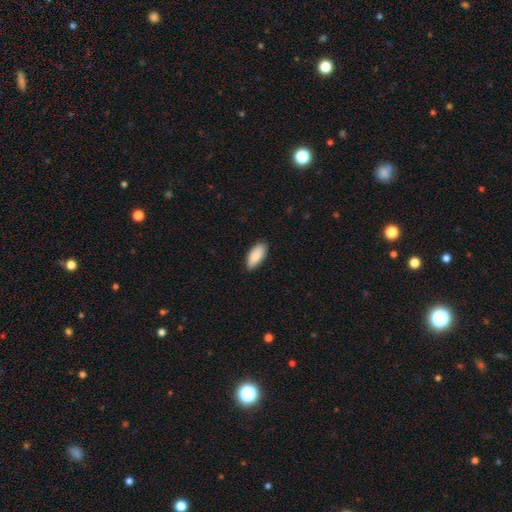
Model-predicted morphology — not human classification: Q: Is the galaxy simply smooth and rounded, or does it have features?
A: smooth — 88%.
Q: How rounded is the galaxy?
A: in between — 90%.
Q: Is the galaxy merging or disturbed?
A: none — 85%.